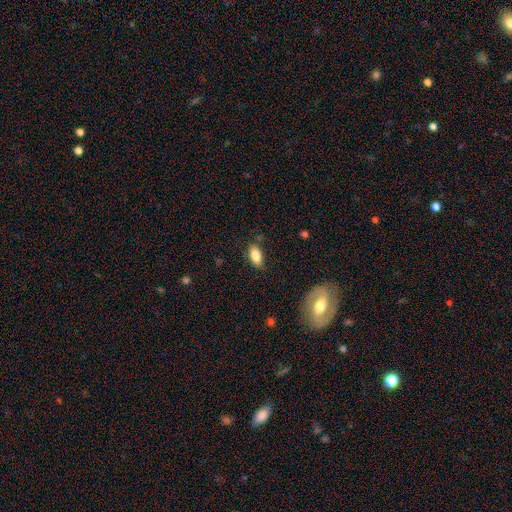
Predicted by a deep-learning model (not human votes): This appears to be a smooth galaxy with no disk features (83%) that is in between round and cigar-shaped (89%). Merging: none (81%).